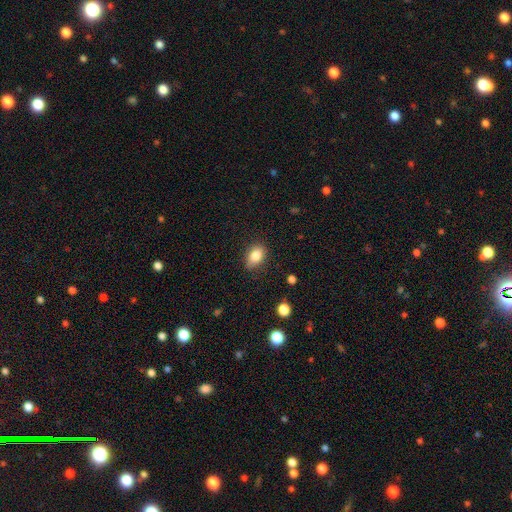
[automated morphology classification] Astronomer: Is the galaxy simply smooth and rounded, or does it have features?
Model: smooth — 82%.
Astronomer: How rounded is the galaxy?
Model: in between — 79%.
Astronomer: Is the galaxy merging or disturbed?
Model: none — 81%.